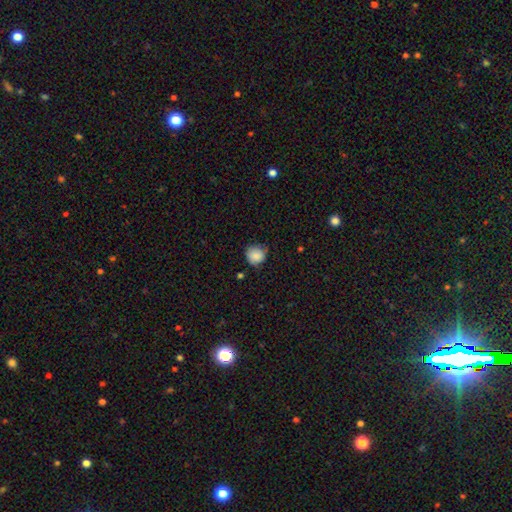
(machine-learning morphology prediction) This appears to be a smooth galaxy with no disk features (85%) that is round (86%). Merging: none (66%).